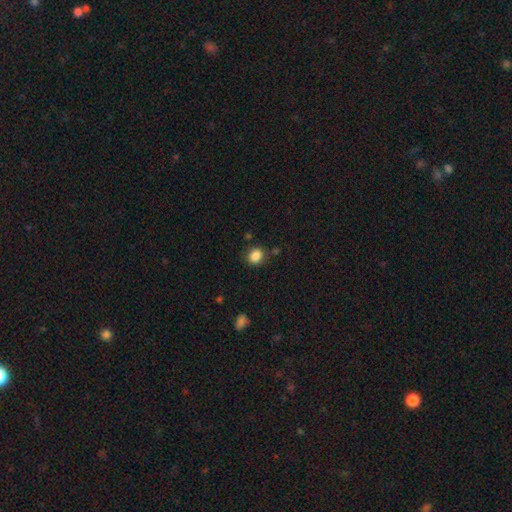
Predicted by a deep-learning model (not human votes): Smooth or featured? smooth (86%)
How rounded? round (67%)
Merging? none (80%)